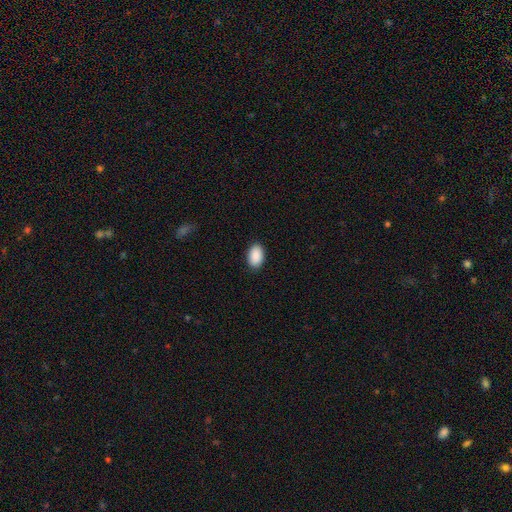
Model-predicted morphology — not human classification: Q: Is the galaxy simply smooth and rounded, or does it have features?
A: smooth — 91%.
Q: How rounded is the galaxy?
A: in between — 91%.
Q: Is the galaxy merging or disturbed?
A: none — 89%.